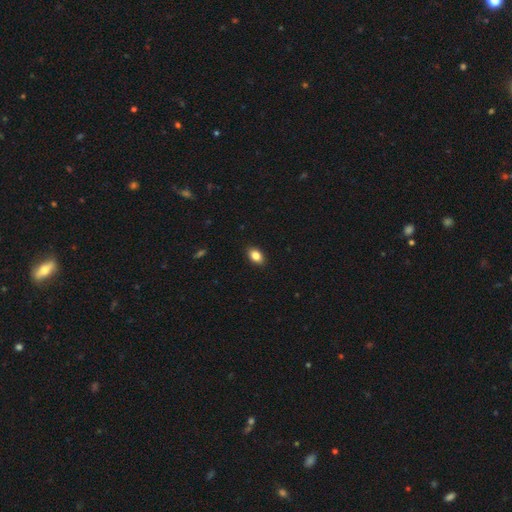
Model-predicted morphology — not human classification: Overall: smooth (85%). How rounded: in between (84%). Merging: none (89%).